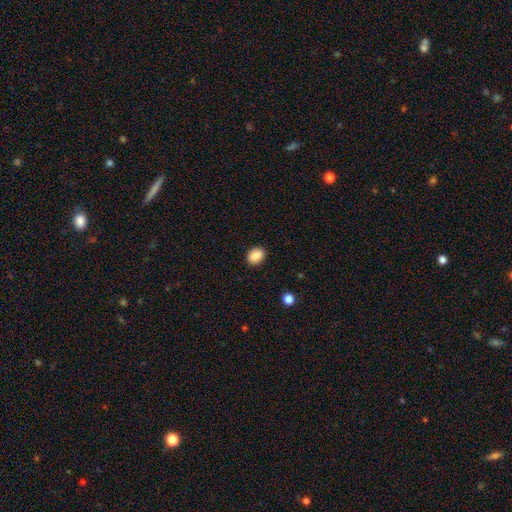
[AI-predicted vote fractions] The model was most divided on "how rounded": in between: 64%, round: 35%, cigar-shaped: 1%. More confident: merging — none (89%); smooth or featured — smooth (88%).